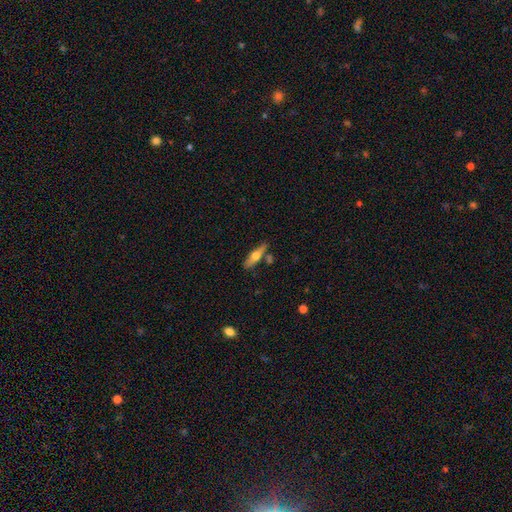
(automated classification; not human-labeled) smooth_or_featured: smooth (p=0.50) [alt: featured or disk p=0.44]
merging: none (p=0.72) [alt: minor disturbance p=0.15]